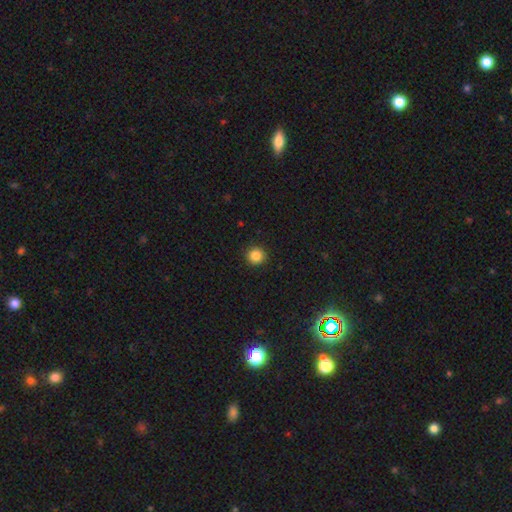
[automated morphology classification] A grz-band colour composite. It shows a smooth galaxy with no disk features (85%) that is round (95%). Merging: none (93%).